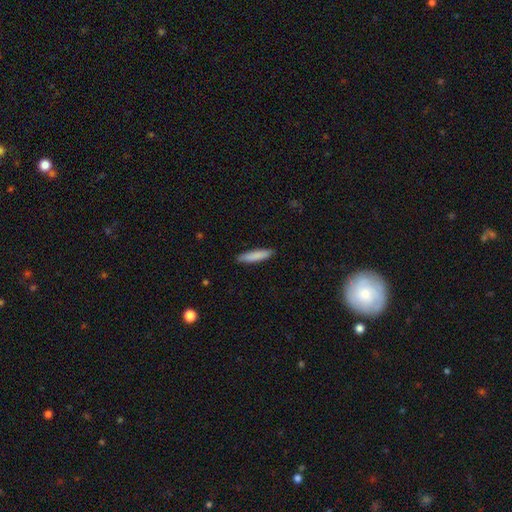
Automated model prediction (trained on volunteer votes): This is clearly a smooth galaxy (84%). How rounded: clearly cigar-shaped (83%). Merging: clearly none (88%).